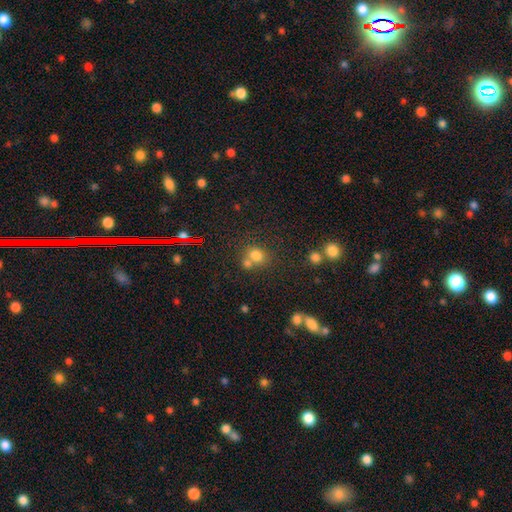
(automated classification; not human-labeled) A smooth galaxy with no disk features (74%) that is round (66%). Merging: none (48%).